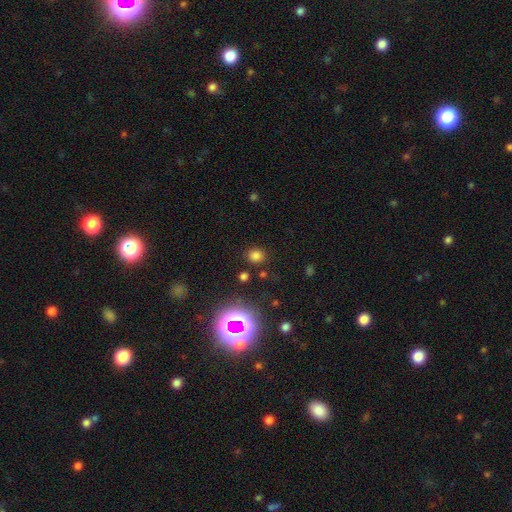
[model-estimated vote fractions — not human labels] This appears to be a smooth galaxy with no disk features (70%) that is round (79%). Merging: none (85%).